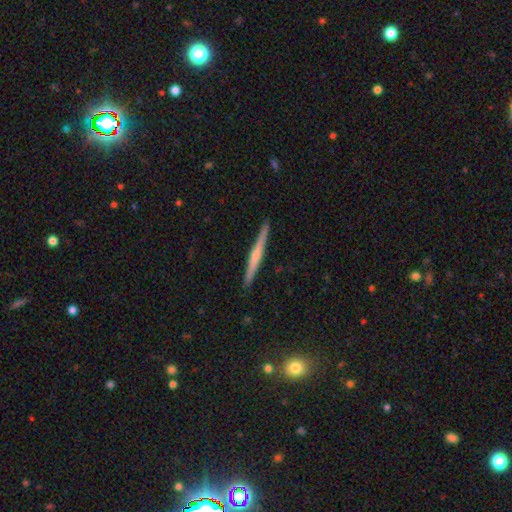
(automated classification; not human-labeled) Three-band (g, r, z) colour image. It shows a featured or disk galaxy (60%) viewed edge-on (98%) with a rounded central bulge (57%). Merging: none (92%).